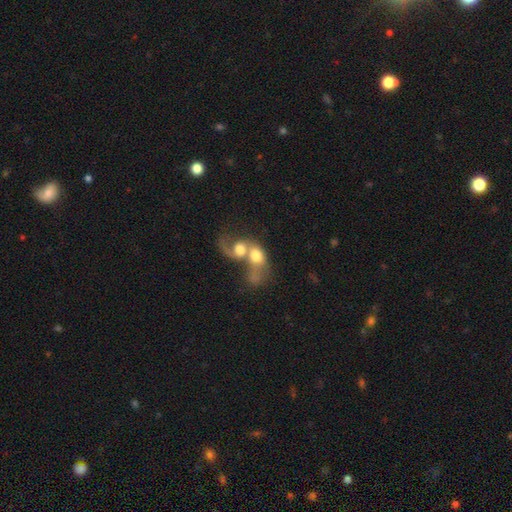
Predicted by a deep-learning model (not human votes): This appears to be a smooth galaxy with no disk features (52%) that is in between round and cigar-shaped (49%, tied with round). Merging: merger (82%).